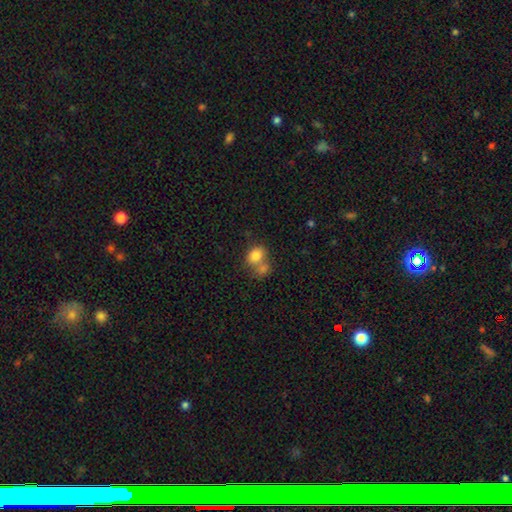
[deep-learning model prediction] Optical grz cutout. It shows a smooth galaxy with no disk features (80%) that is in between round and cigar-shaped (53%). Merging: merger (51%).